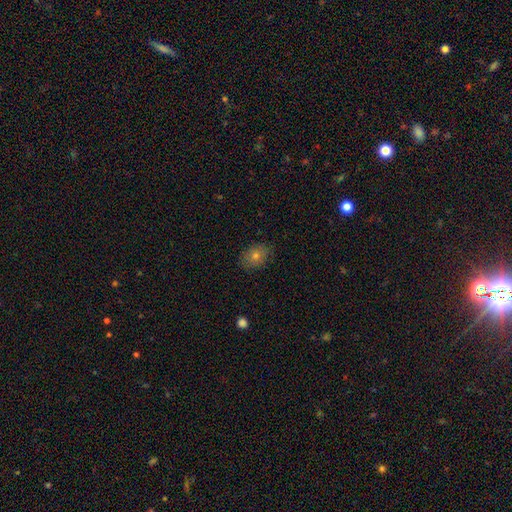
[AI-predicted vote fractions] Overall: smooth (72%). How rounded: in between (64%; round 35%). Merging: none (85%).